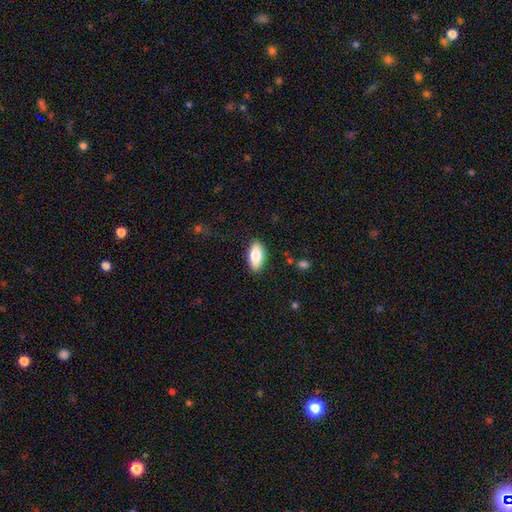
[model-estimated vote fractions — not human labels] The model was most divided on "smooth or featured": smooth: 83%, featured or disk: 11%, star or artifact: 6%. More confident: how rounded — in between (90%); merging — none (87%).